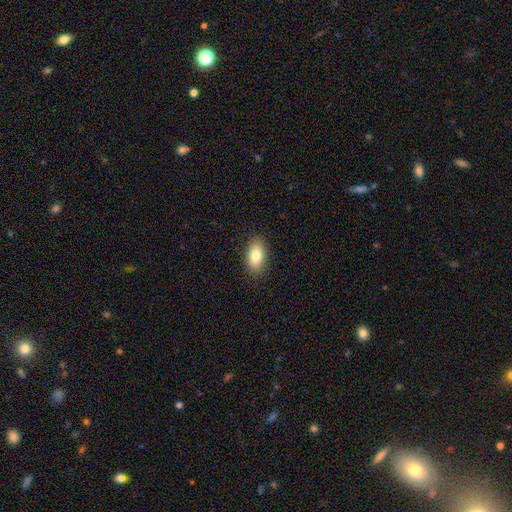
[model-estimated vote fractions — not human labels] Q: Smooth or featured?
A: smooth (80%); runner-up: featured or disk (12%)
Q: How rounded?
A: in between (91%); runner-up: round (6%)
Q: Merging?
A: none (87%); runner-up: minor disturbance (10%)